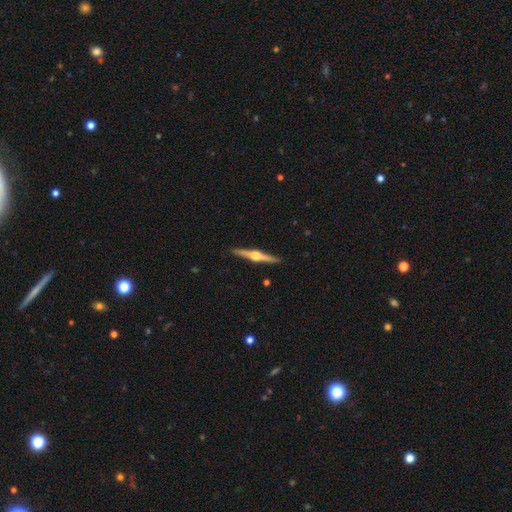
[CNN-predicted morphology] featured or disk 83%, smooth 13%, star or artifact 5%. Down the decision tree: edge-on disk — yes (99%); edge-on bulge — rounded (94%); merging — none (92%).